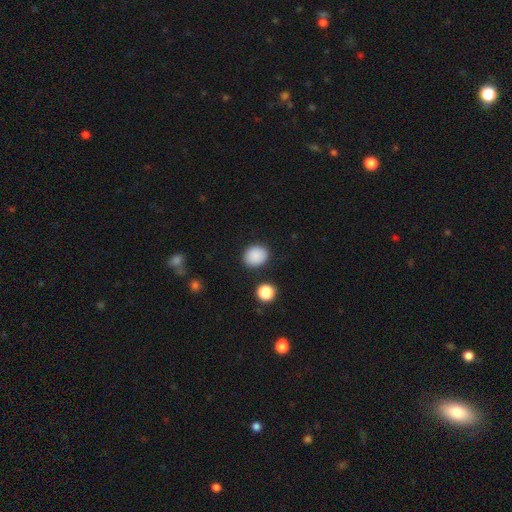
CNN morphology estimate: type=smooth (88%); roundness=round (62%); merging=none (87%).